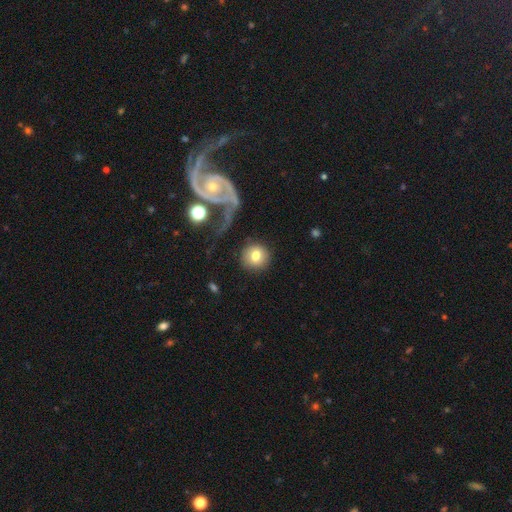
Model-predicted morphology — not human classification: Smooth or featured? Predicted: smooth (p=0.75). How rounded? Predicted: round (p=0.93). Merging? Predicted: none (p=0.82).